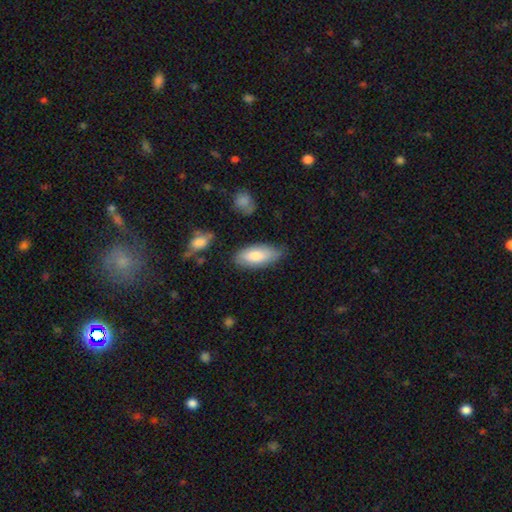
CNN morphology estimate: Smooth or featured?
  - smooth: 80% *
  - featured or disk: 14%
  - star or artifact: 6%
How rounded?
  - in between: 86% *
  - cigar-shaped: 13%
  - round: 2%
Merging?
  - none: 72% *
  - minor disturbance: 21%
  - major disturbance: 4%
  - merger: 3%